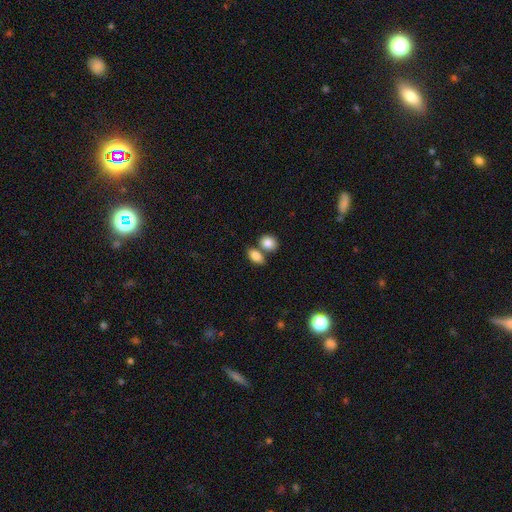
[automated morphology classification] smooth-or-featured: smooth: 85% | featured or disk: 8% | star or artifact: 8%
  how-rounded: in between: 82% | round: 15% | cigar-shaped: 3%
  merging: none: 52% | merger: 35% | minor disturbance: 10% | major disturbance: 3%